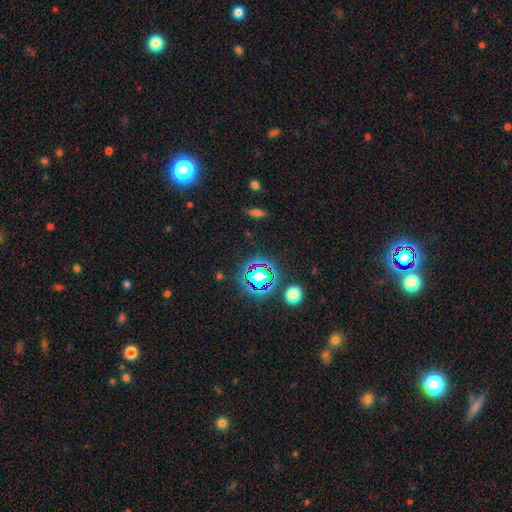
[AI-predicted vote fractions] A star or artifact, not a galaxy (76%).

Vote fractions:
- Smooth or featured? star or artifact: 76% / smooth: 15% / featured or disk: 9%